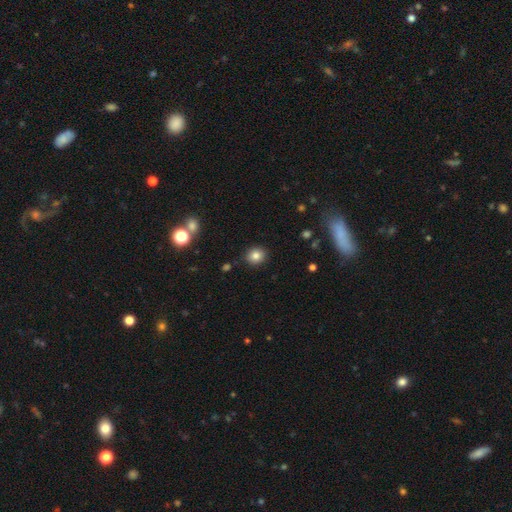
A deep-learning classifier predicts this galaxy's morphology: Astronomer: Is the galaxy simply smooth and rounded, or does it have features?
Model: smooth — 82%.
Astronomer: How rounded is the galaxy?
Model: round — 76%.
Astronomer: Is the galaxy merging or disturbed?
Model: none — 88%.